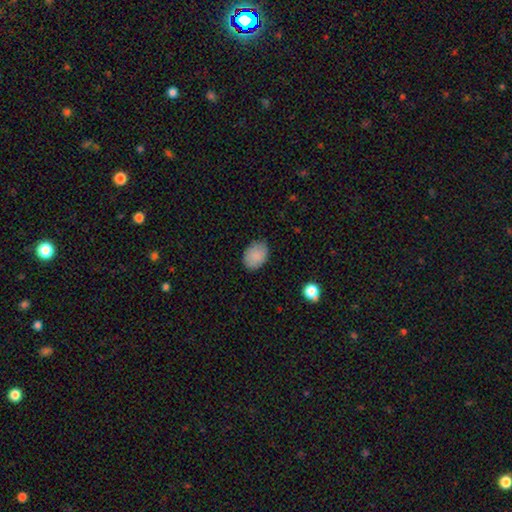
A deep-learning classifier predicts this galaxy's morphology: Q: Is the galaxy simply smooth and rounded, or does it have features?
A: smooth — 88%.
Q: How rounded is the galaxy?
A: in between — 74%.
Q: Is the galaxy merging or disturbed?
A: none — 80%.